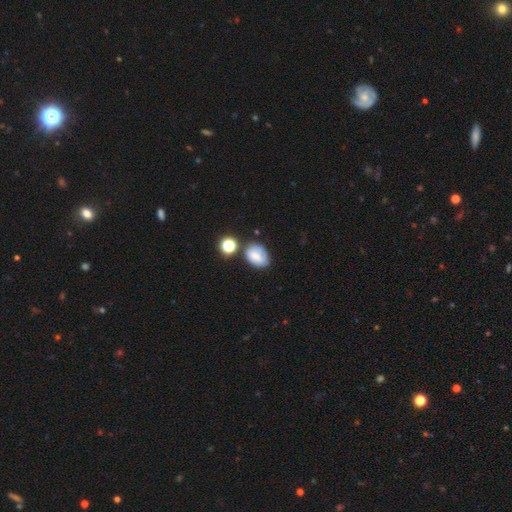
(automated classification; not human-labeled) This is likely a smooth galaxy (60%). How rounded: likely in between (76%). Merging: possibly none (57%).